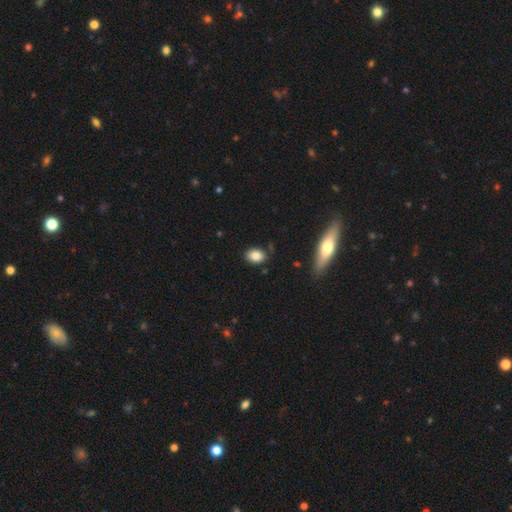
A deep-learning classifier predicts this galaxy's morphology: Smooth or featured?
  - smooth: 85% *
  - star or artifact: 8%
  - featured or disk: 6%
How rounded?
  - in between: 73% *
  - round: 26%
  - cigar-shaped: 2%
Merging?
  - none: 84% *
  - minor disturbance: 11%
  - major disturbance: 2%
  - merger: 2%